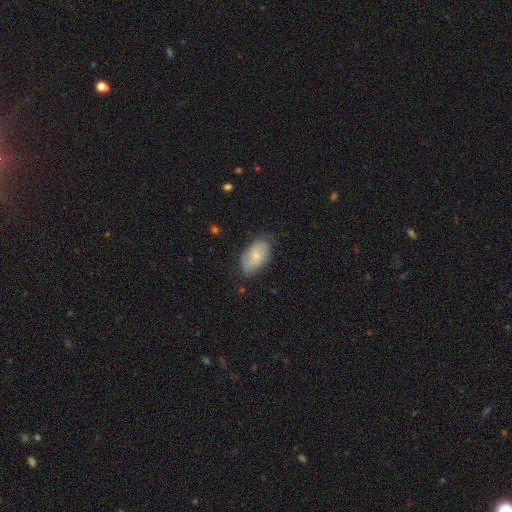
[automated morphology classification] Smooth or featured? Predicted: smooth (p=0.59). How rounded? Predicted: in between (p=0.93). Merging? Predicted: none (p=0.62).